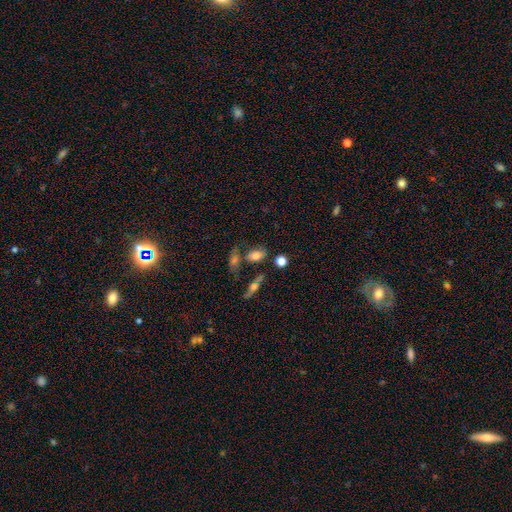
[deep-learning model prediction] smooth-or-featured: smooth: 75% | featured or disk: 14% | star or artifact: 10%
  how-rounded: in between: 81% | round: 15% | cigar-shaped: 3%
  merging: none: 55% | merger: 21% | minor disturbance: 17% | major disturbance: 7%